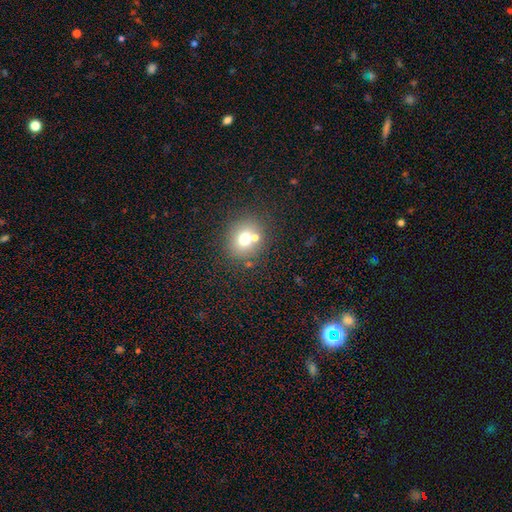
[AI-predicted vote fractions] Overall: smooth (64%; star or artifact 30%). How rounded: round (79%). Merging: none (90%).